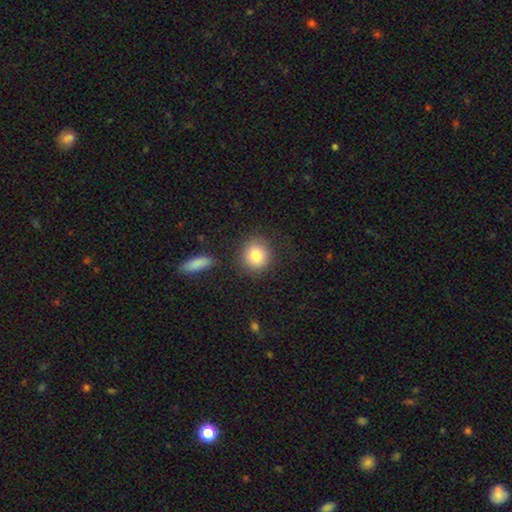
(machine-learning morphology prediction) Smooth or featured? Predicted: smooth (p=0.82). How rounded? Predicted: round (p=0.81). Merging? Predicted: none (p=0.85).